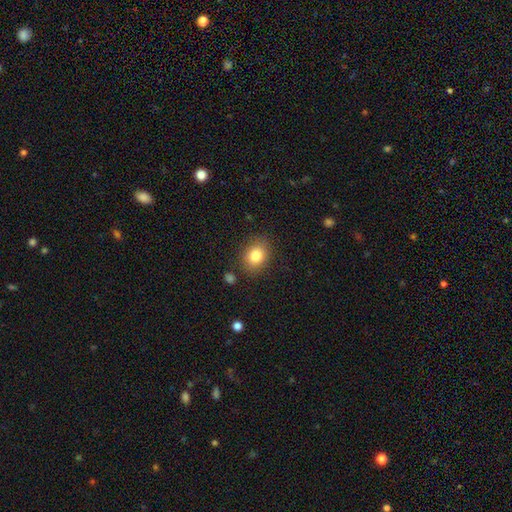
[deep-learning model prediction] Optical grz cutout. It shows a smooth galaxy with no disk features (83%) that is in between round and cigar-shaped (50%). Merging: none (83%).